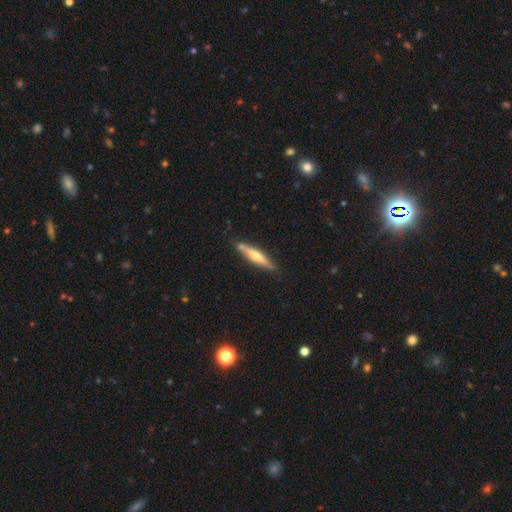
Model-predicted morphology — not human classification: Smooth or featured? Predicted: featured or disk (p=0.56). Edge-on disk? Predicted: yes (p=0.94). Edge-on bulge? Predicted: rounded (p=0.82). Merging? Predicted: none (p=0.83).